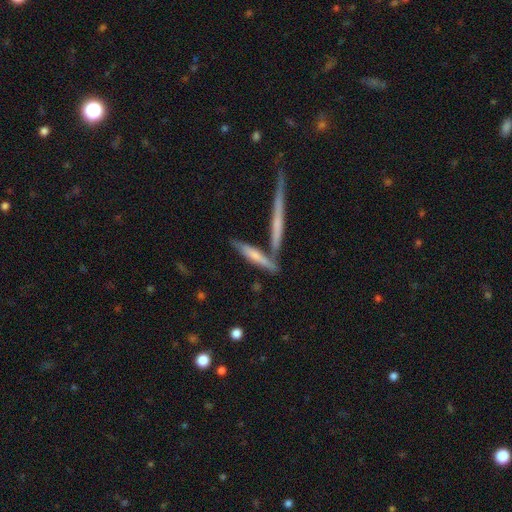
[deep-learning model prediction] A smooth galaxy with no disk features (52%) that is cigar-shaped (85%). Merging: none (61%).